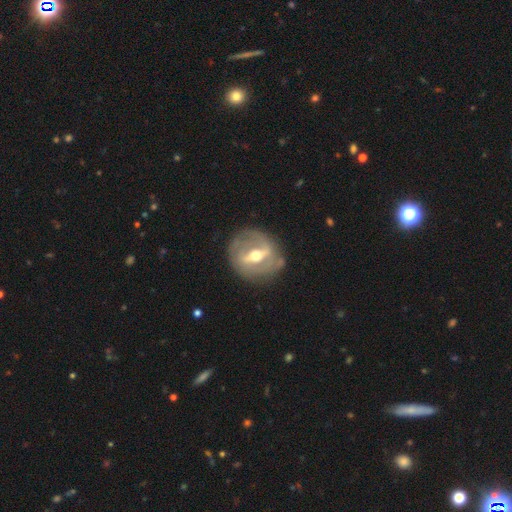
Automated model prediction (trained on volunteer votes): Overall: featured or disk (78%). Edge-on disk: no (89%). Bar: strong (63%; weak 28%). Spiral arms: yes (60%; no 40%). Bulge size: moderate (72%). Merging: none (78%).